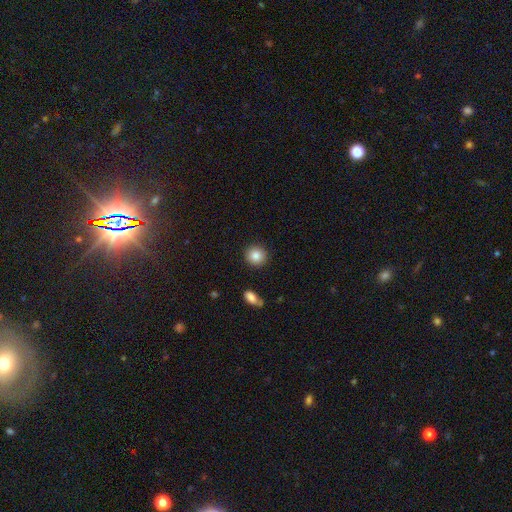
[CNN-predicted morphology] Smooth or featured? smooth (85%)
How rounded? round (89%)
Merging? none (90%)